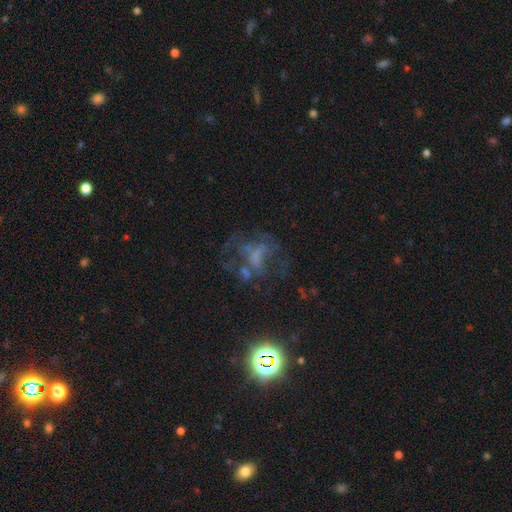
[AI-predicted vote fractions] smooth-or-featured: featured or disk: 52% | star or artifact: 28% | smooth: 20%
  disk-edge-on: no: 96% | yes: 4%
  merging: none: 43% | major disturbance: 34% | minor disturbance: 15% | merger: 8%